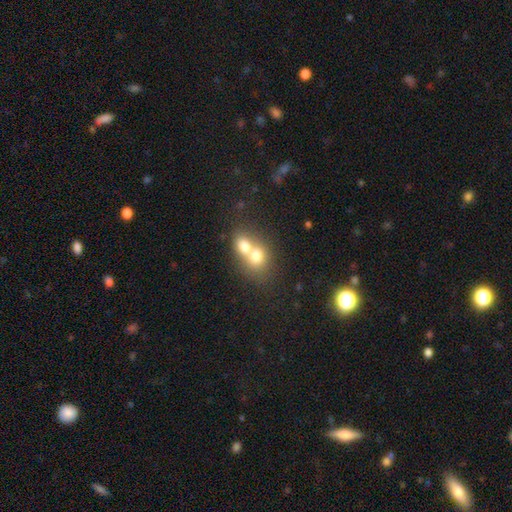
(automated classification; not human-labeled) A smooth galaxy with no disk features (70%) that is round (53%).

Vote fractions:
- Smooth or featured? smooth: 70% / featured or disk: 20% / star or artifact: 10%
- How rounded? round: 53% / in between: 46% / cigar-shaped: 1%
- Merging? merger: 75% / none: 17% / minor disturbance: 5% / major disturbance: 3%